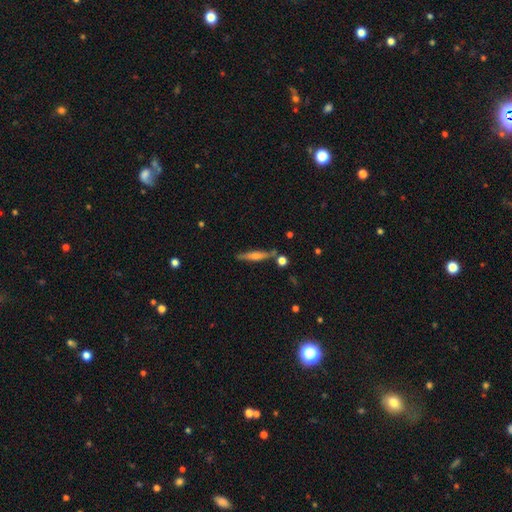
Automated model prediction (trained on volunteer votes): Q: Smooth or featured?
A: featured or disk (58%); runner-up: smooth (34%)
Q: Edge-on disk?
A: yes (95%); runner-up: no (5%)
Q: Edge-on bulge?
A: rounded (76%); runner-up: none (13%)
Q: Merging?
A: none (80%); runner-up: minor disturbance (11%)